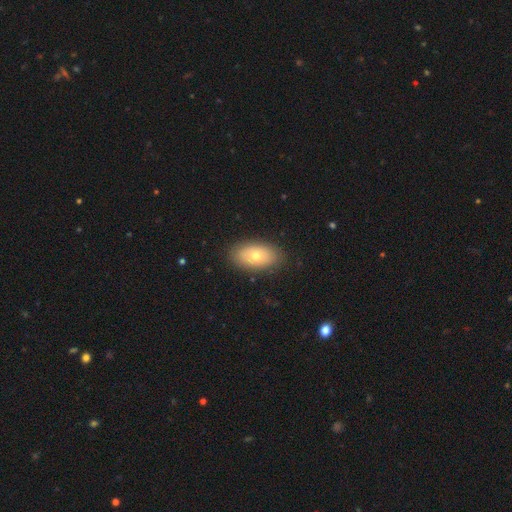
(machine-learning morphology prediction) type=smooth (67%); roundness=in between (92%); merging=none (86%).